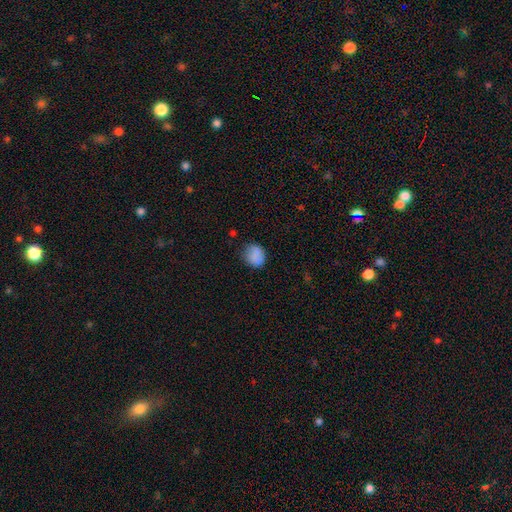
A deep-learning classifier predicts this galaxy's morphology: Smooth or featured? smooth (82%)
How rounded? round (68%)
Merging? none (74%)